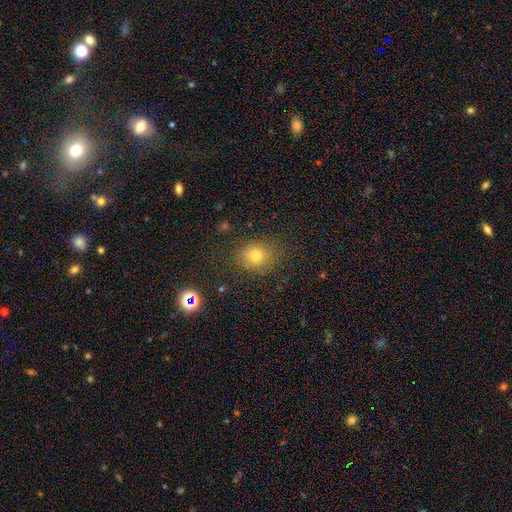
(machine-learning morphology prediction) type=smooth (74%); roundness=round (75%); merging=none (79%).